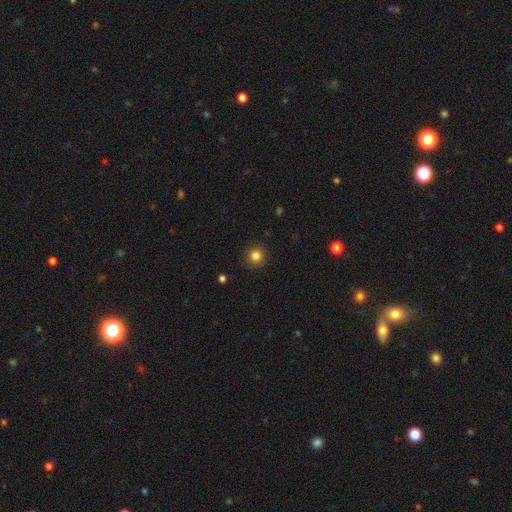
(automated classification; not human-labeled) Overall: smooth (84%). How rounded: round (94%). Merging: none (91%).